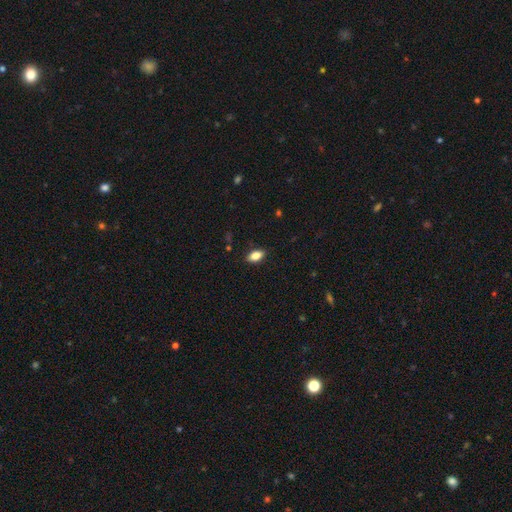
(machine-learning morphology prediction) Smooth or featured? smooth (85%)
How rounded? in between (90%)
Merging? none (87%)